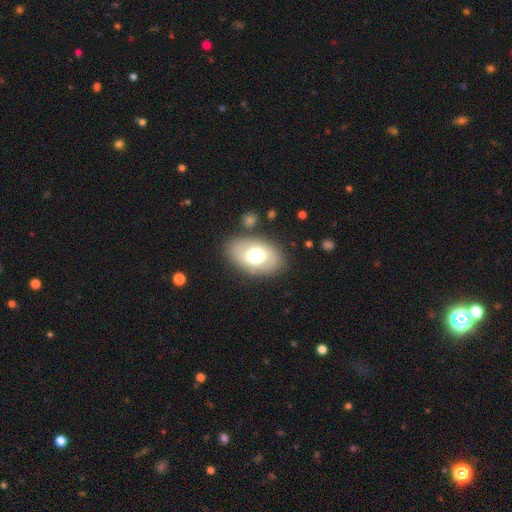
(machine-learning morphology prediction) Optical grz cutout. It shows a smooth galaxy with no disk features (65%) that is in between round and cigar-shaped (88%). Merging: none (81%).